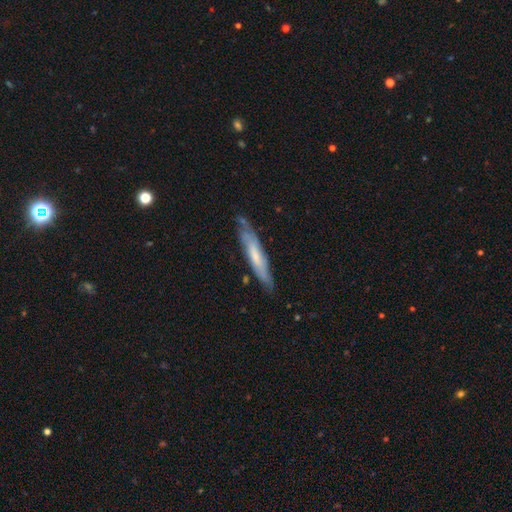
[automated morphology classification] type=featured or disk (54%); edge-on=yes (65%); merging=none (72%).